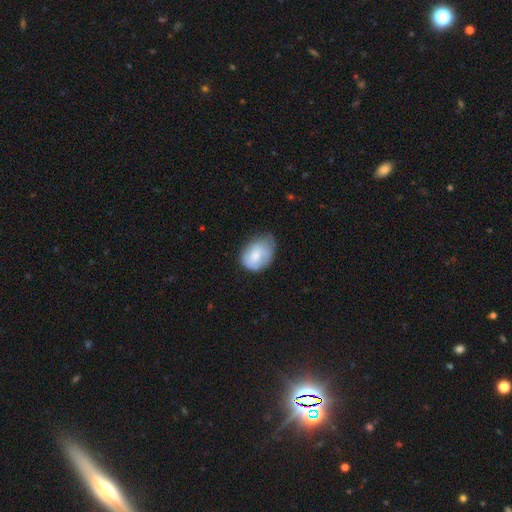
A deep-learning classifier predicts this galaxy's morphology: Overall: smooth (71%). How rounded: in between (74%). Merging: minor disturbance (43%; none 40%).